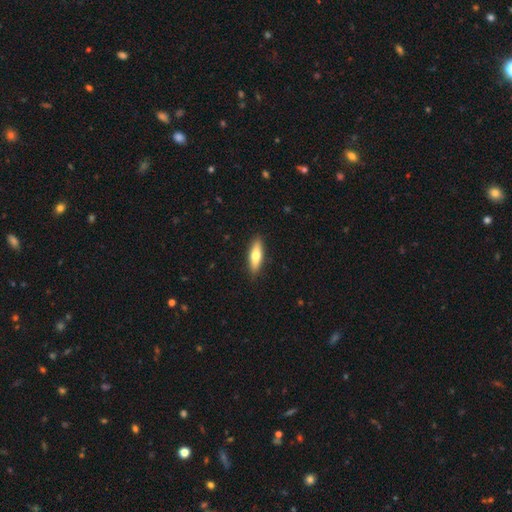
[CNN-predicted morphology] smooth-or-featured: smooth: 69% | featured or disk: 26% | star or artifact: 5%
  how-rounded: cigar-shaped: 53% | in between: 45% | round: 2%
  merging: none: 89% | minor disturbance: 8% | major disturbance: 2% | merger: 1%